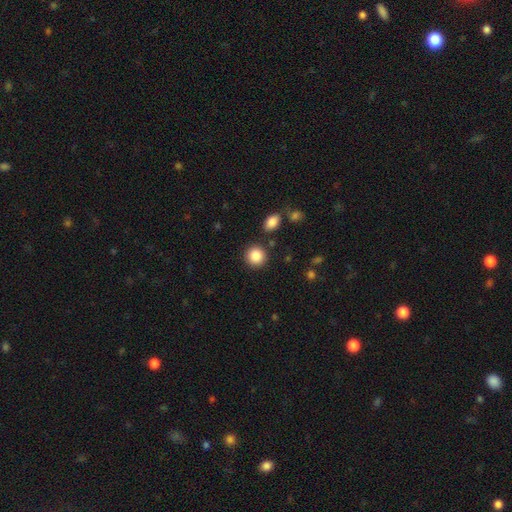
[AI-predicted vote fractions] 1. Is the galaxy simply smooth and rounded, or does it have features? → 87% smooth, 9% star or artifact, 5% featured or disk.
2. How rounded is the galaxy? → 91% round, 8% in between, 1% cigar-shaped.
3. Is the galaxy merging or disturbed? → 87% none, 7% minor disturbance, 4% merger, 3% major disturbance.